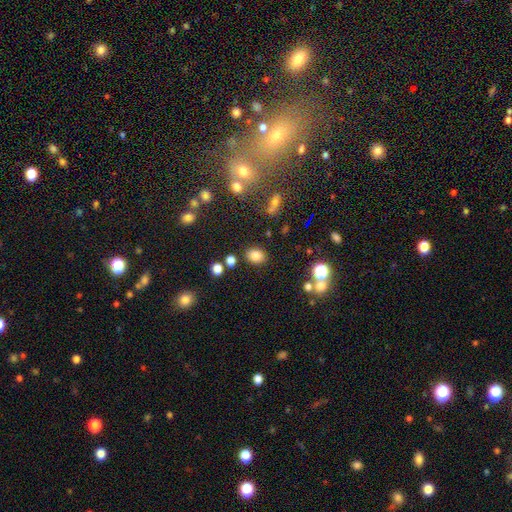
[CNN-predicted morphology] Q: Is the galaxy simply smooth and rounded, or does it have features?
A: smooth — 81%.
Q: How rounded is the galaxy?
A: in between — 61%.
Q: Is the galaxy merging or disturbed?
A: none — 83%.